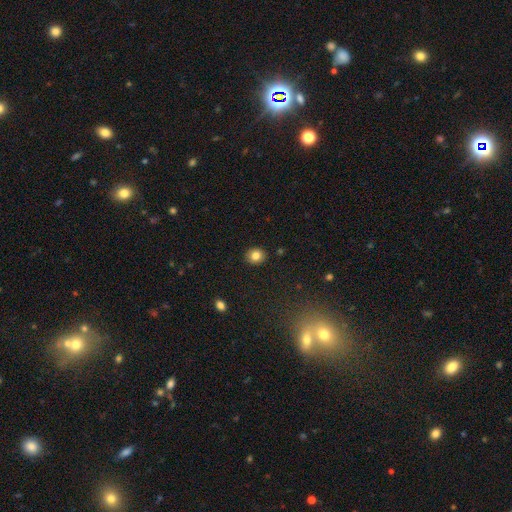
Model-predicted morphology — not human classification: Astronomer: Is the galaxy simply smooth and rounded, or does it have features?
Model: smooth — 83%.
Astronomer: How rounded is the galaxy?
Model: round — 76%.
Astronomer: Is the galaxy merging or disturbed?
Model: none — 91%.